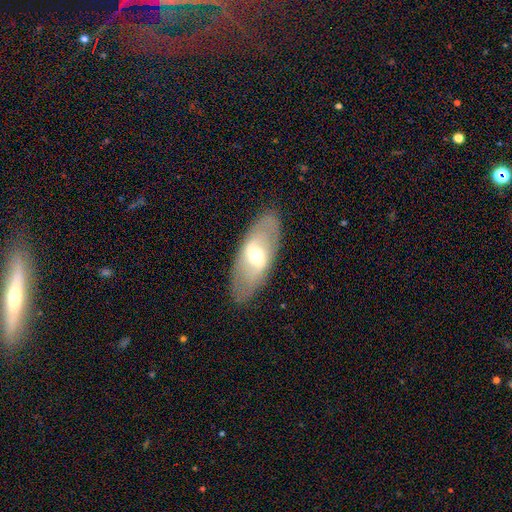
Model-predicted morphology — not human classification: featured or disk 62%, smooth 32%, star or artifact 6%. Down the decision tree: edge-on disk — no (82%); bar — weak (42%); spiral arms — no (62%); bulge size — moderate (59%); merging — none (85%).